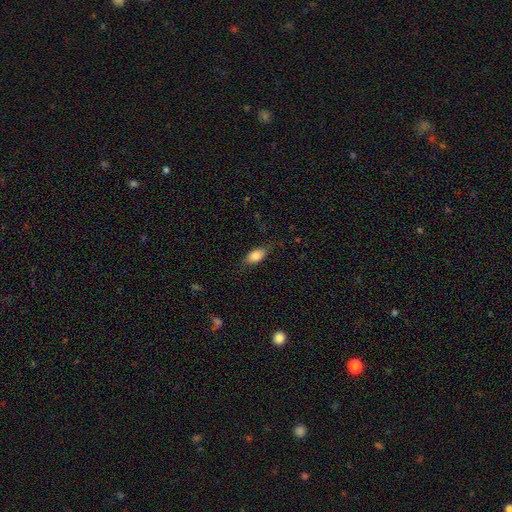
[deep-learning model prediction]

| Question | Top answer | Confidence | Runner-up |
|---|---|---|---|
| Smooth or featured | smooth | 82% | featured or disk (11%) |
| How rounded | in between | 87% | cigar-shaped (7%) |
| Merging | none | 76% | minor disturbance (18%) |